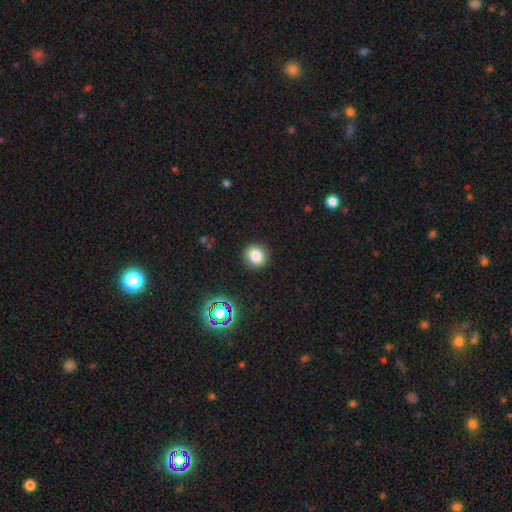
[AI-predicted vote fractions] smooth 80%, star or artifact 14%, featured or disk 6%. Down the decision tree: how rounded — round (89%); merging — none (91%).